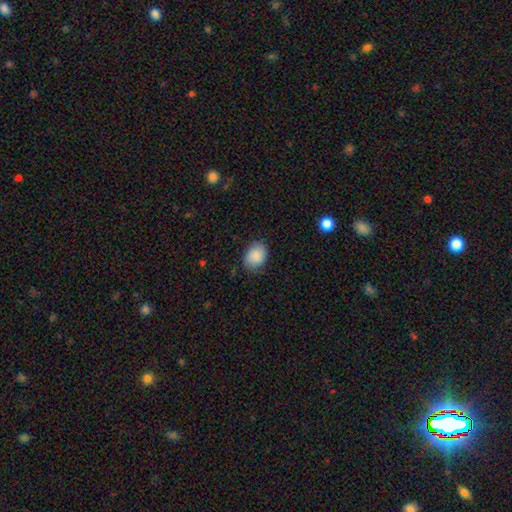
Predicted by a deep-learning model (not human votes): A smooth galaxy with no disk features (88%) that is in between round and cigar-shaped (64%). Merging: none (78%).